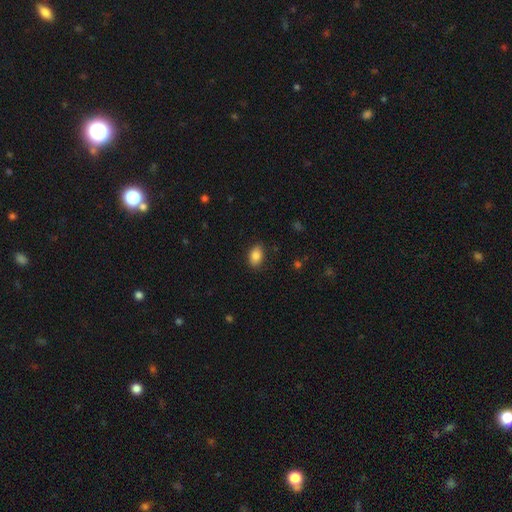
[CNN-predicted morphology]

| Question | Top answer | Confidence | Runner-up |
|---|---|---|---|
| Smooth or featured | smooth | 86% | star or artifact (8%) |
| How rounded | in between | 86% | round (13%) |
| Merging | none | 87% | minor disturbance (10%) |